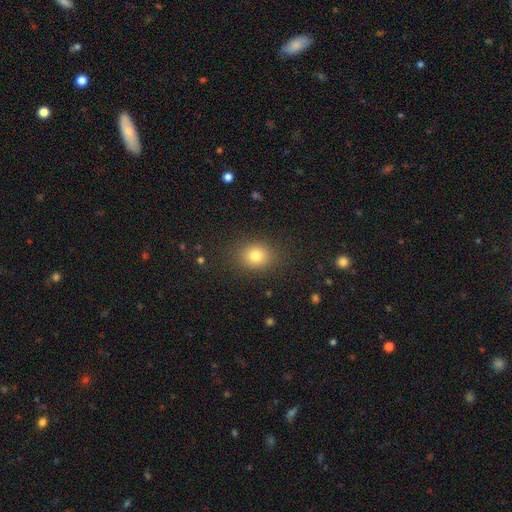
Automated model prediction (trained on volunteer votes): A smooth galaxy with no disk features (81%) that is round (62%).

Vote fractions:
- Smooth or featured? smooth: 81% / star or artifact: 12% / featured or disk: 7%
- How rounded? round: 62% / in between: 37% / cigar-shaped: 1%
- Merging? none: 86% / minor disturbance: 9% / major disturbance: 4% / merger: 1%